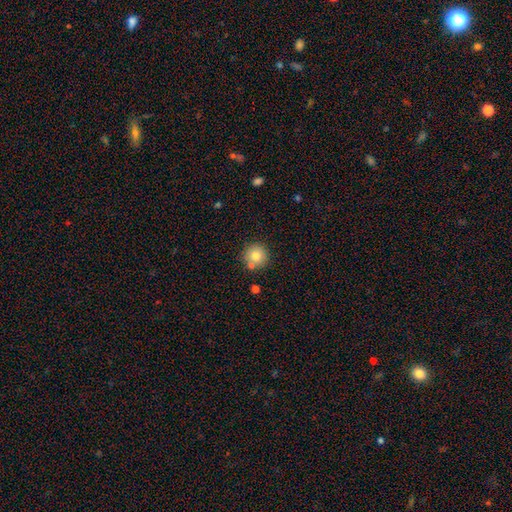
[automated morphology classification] smooth-or-featured: smooth: 79% | featured or disk: 11% | star or artifact: 10%
  how-rounded: round: 95% | in between: 4% | cigar-shaped: 1%
  merging: none: 78% | merger: 12% | minor disturbance: 8% | major disturbance: 2%